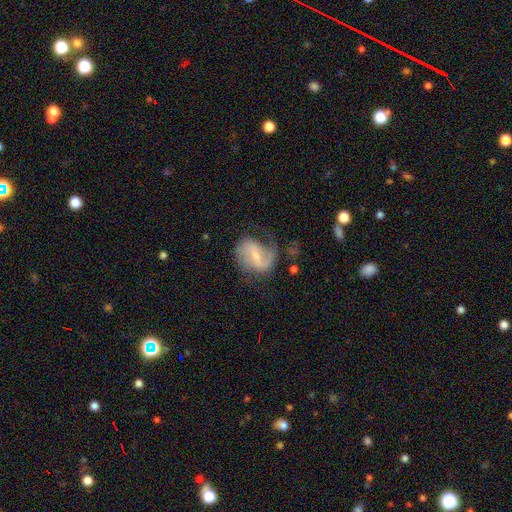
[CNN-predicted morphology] type=featured or disk (81%); edge-on=no (98%); bar=weak (51%); spiral arms=yes (94%); winding=loose (44%); arm count=2 (79%); bulge=small (59%); merging=none (58%).